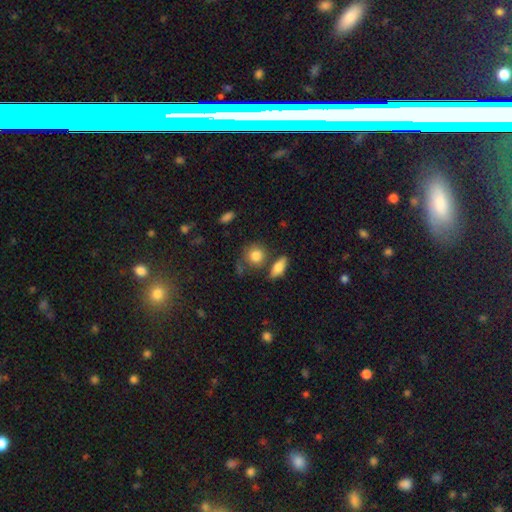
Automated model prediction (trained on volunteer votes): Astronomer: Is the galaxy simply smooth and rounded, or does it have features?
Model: smooth — 82%.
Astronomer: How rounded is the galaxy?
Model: round — 73%.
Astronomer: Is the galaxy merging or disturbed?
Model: none — 57%.